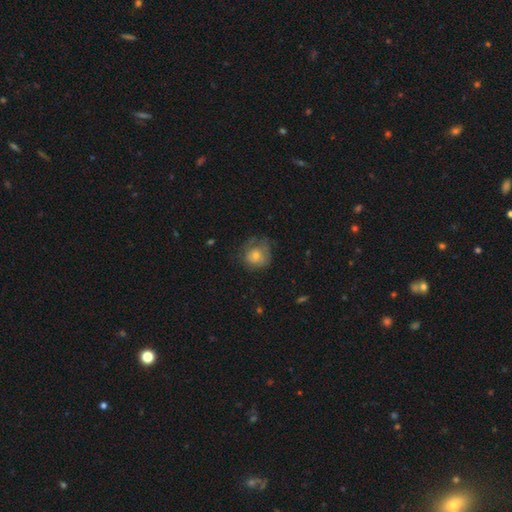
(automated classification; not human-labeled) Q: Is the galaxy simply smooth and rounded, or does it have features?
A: smooth — 59%.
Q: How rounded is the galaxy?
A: round — 80%.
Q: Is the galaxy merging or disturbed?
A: none — 56%.